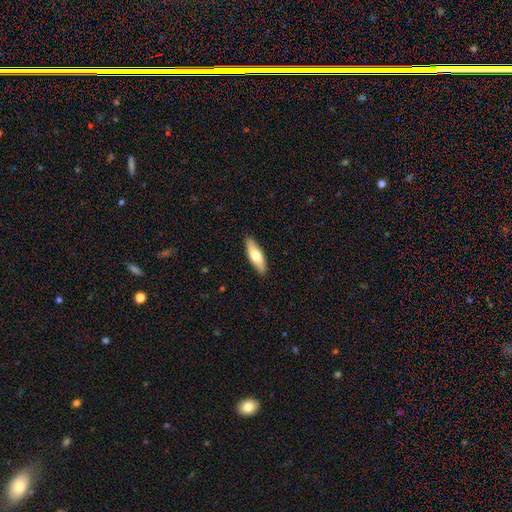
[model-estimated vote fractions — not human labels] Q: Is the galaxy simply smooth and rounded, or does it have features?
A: smooth — 66%.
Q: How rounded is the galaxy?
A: in between — 51%.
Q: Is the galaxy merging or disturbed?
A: none — 89%.